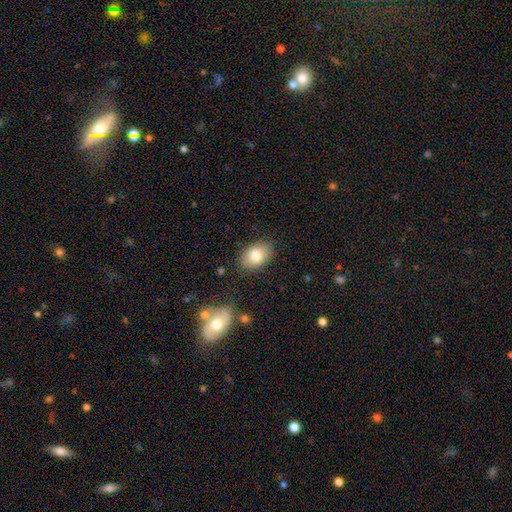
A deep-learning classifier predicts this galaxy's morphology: A smooth galaxy with no disk features (80%) that is in between round and cigar-shaped (84%). Merging: none (83%).